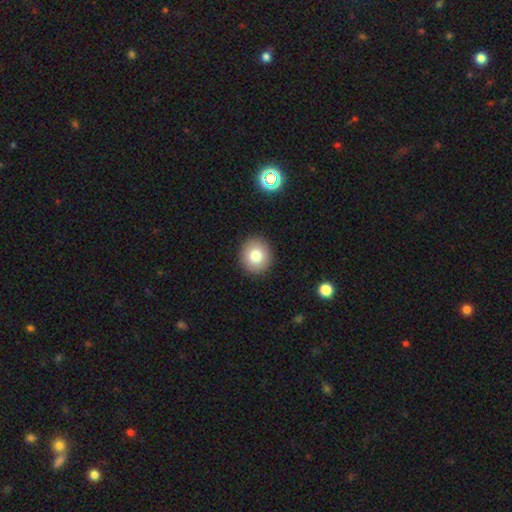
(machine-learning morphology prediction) A smooth galaxy with no disk features (80%) that is round (87%).

Vote fractions:
- Smooth or featured? smooth: 80% / featured or disk: 10% / star or artifact: 10%
- How rounded? round: 87% / in between: 12% / cigar-shaped: 1%
- Merging? none: 91% / minor disturbance: 6% / major disturbance: 2% / merger: 1%